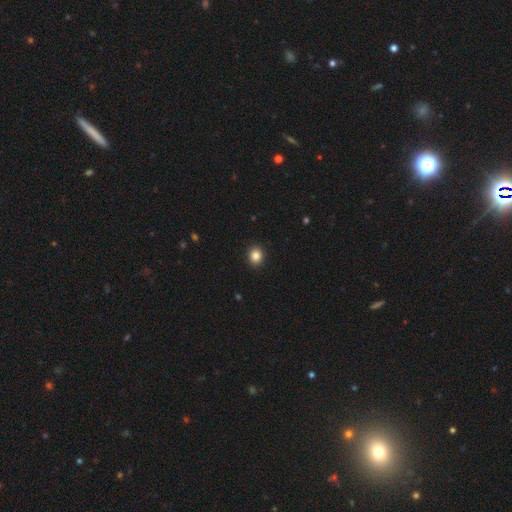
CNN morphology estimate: Smooth or featured? Predicted: smooth (p=0.85). How rounded? Predicted: round (p=0.72). Merging? Predicted: none (p=0.92).